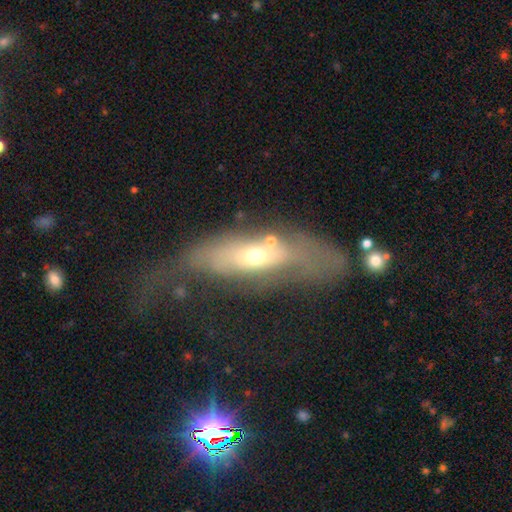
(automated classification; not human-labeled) Q: Smooth or featured?
A: featured or disk (51%); runner-up: smooth (38%)
Q: Edge-on disk?
A: no (67%); runner-up: yes (33%)
Q: Merging?
A: major disturbance (48%); runner-up: none (22%)